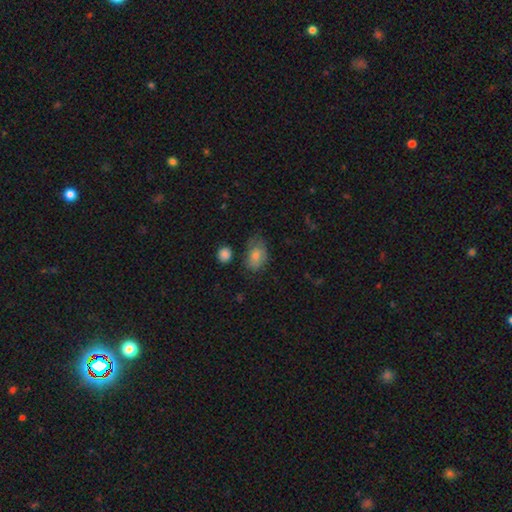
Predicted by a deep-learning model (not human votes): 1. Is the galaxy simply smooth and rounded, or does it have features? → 75% smooth, 15% featured or disk, 10% star or artifact.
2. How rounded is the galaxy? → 81% in between, 18% round, 1% cigar-shaped.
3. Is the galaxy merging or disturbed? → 57% none, 30% minor disturbance, 9% major disturbance, 4% merger.